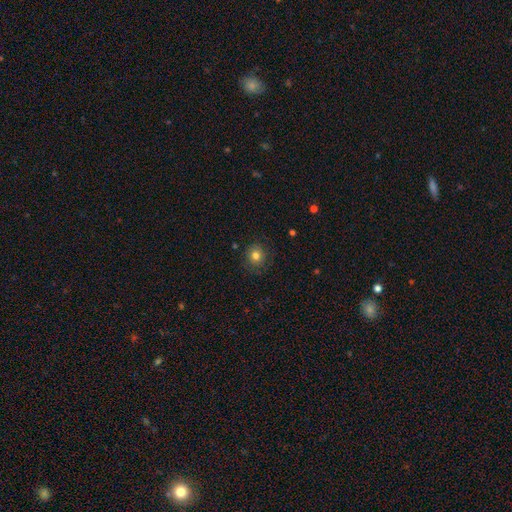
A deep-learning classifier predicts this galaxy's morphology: Smooth or featured? Predicted: smooth (p=0.78). How rounded? Predicted: round (p=0.88). Merging? Predicted: none (p=0.85).